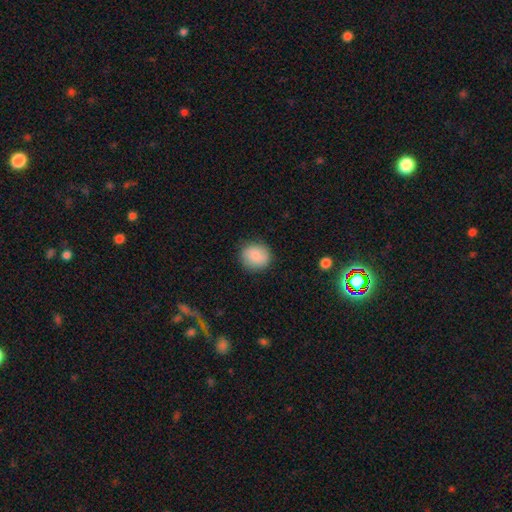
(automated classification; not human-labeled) Smooth or featured? smooth (88%)
How rounded? round (83%)
Merging? none (87%)